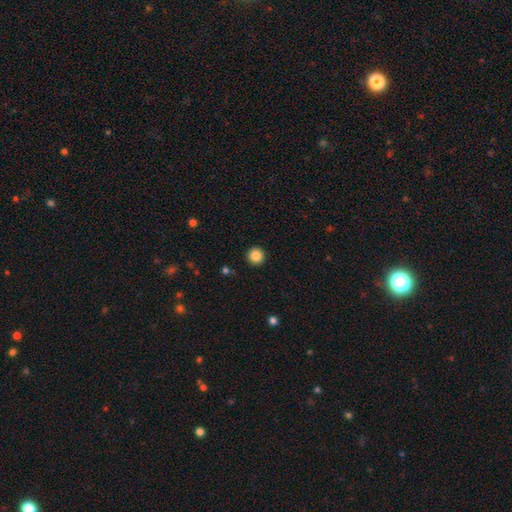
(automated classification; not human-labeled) This appears to be a smooth galaxy with no disk features (87%) that is round (96%). Merging: none (93%).